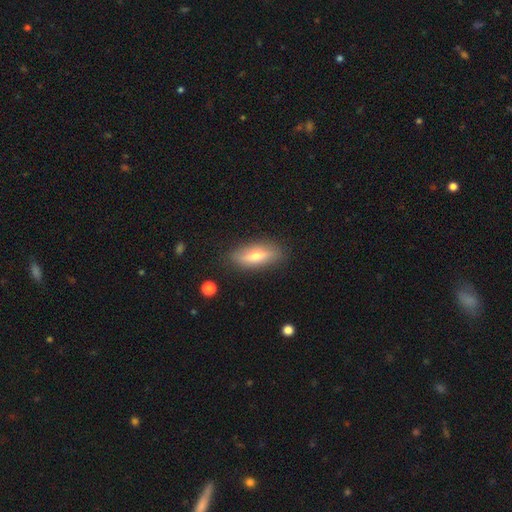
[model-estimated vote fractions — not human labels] A smooth galaxy with no disk features (57%) that is in between round and cigar-shaped (62%). Merging: none (84%).